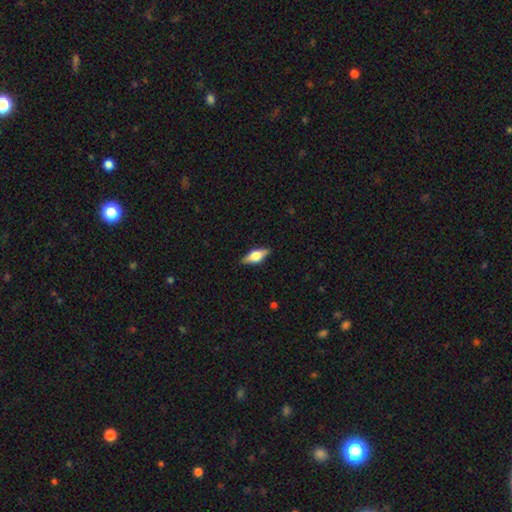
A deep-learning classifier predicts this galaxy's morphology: Smooth or featured? featured or disk (50%)
Merging? none (88%)